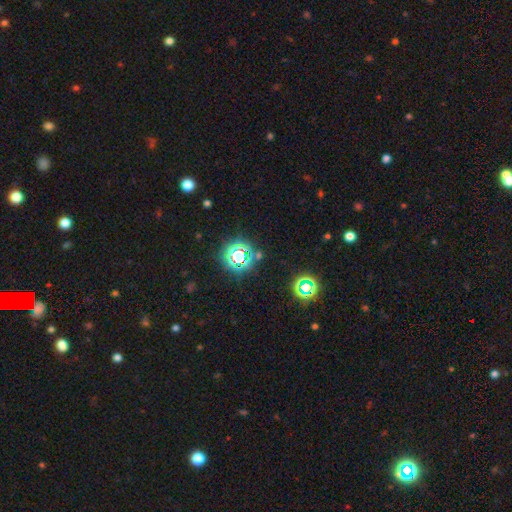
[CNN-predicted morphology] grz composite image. It shows a star or artifact, not a galaxy (75%).